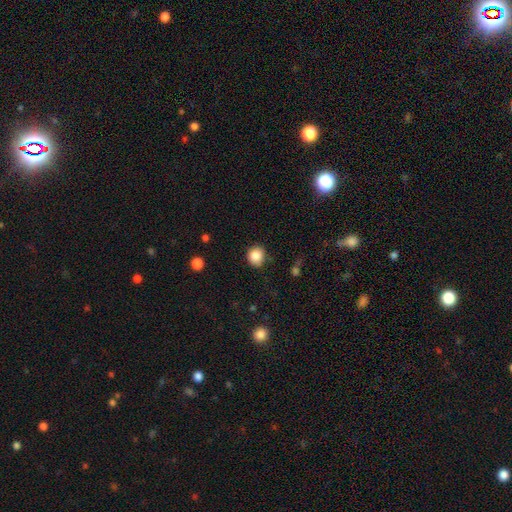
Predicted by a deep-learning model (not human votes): This appears to be a smooth galaxy with no disk features (87%) that is round (77%). Merging: none (78%).